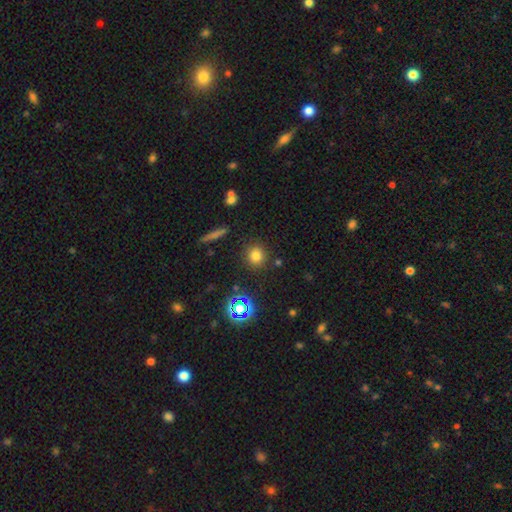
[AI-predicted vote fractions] The model was most divided on "smooth or featured": smooth: 74%, star or artifact: 19%, featured or disk: 7%. More confident: how rounded — round (89%); merging — none (87%).